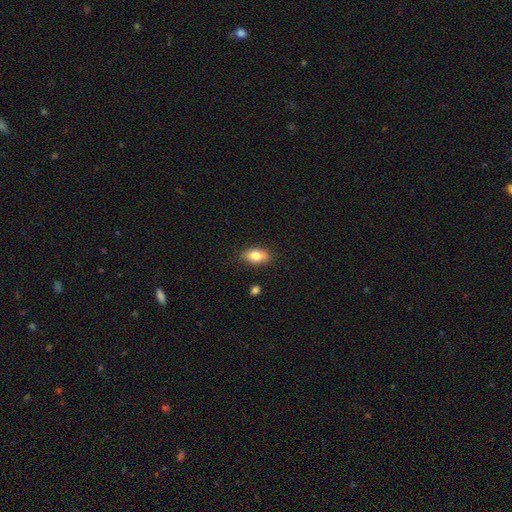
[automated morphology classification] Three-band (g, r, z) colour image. It shows a smooth galaxy with no disk features (82%) that is in between round and cigar-shaped (87%). Merging: none (84%).